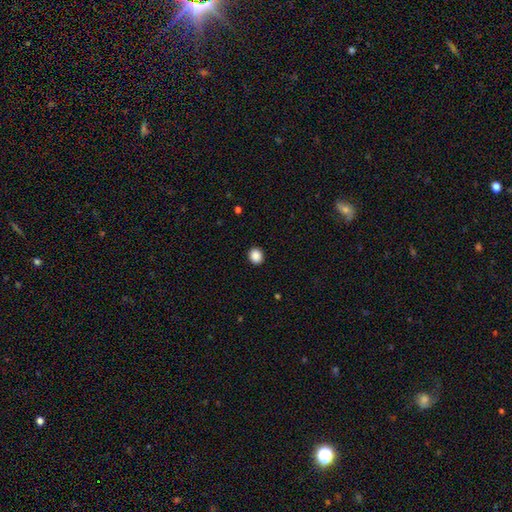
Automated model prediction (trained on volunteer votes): Overall: smooth (88%). How rounded: round (75%). Merging: none (92%).